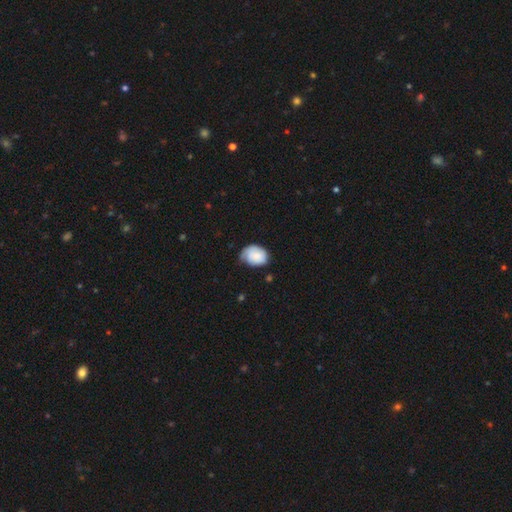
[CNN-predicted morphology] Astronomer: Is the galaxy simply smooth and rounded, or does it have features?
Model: smooth — 75%.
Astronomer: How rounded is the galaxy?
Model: in between — 62%.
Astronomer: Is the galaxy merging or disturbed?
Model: none — 45% (runner-up: minor disturbance, 42%).